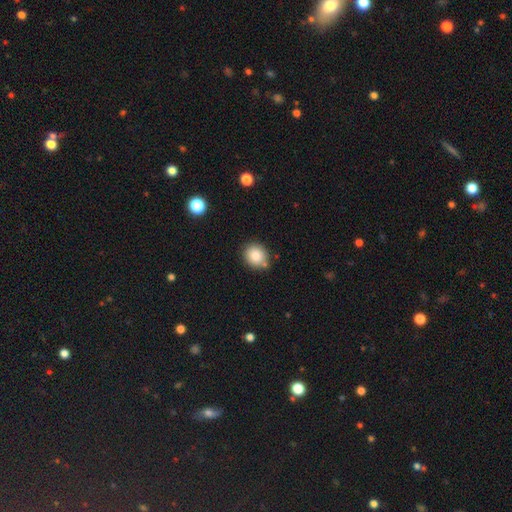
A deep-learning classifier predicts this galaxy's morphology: type=smooth (84%); roundness=round (73%); merging=none (78%).